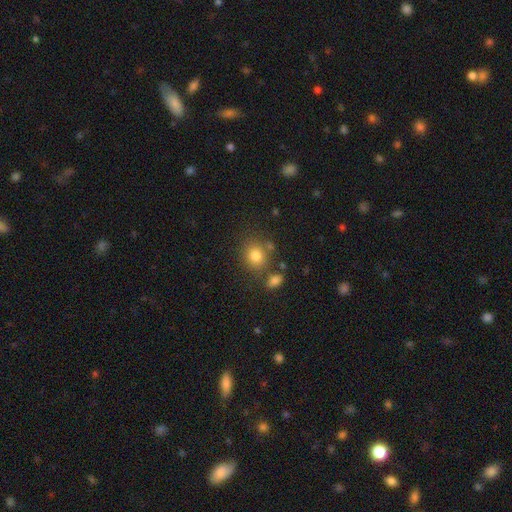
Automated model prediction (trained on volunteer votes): smooth 81%, star or artifact 12%, featured or disk 7%. Down the decision tree: how rounded — round (73%); merging — none (72%).